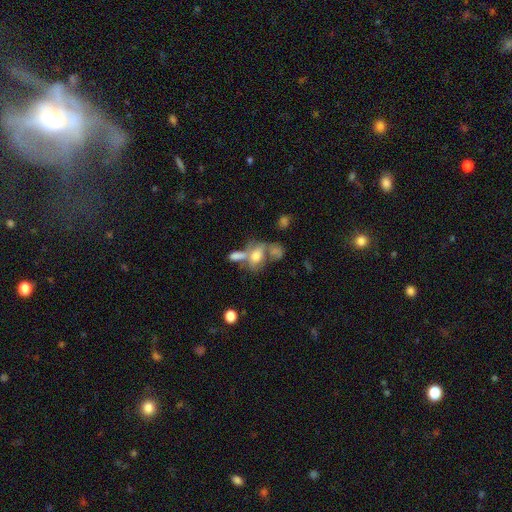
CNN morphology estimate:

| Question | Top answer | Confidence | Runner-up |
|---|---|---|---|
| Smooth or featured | smooth | 53% | featured or disk (33%) |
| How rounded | in between | 75% | round (19%) |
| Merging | merger | 45% | none (27%) |